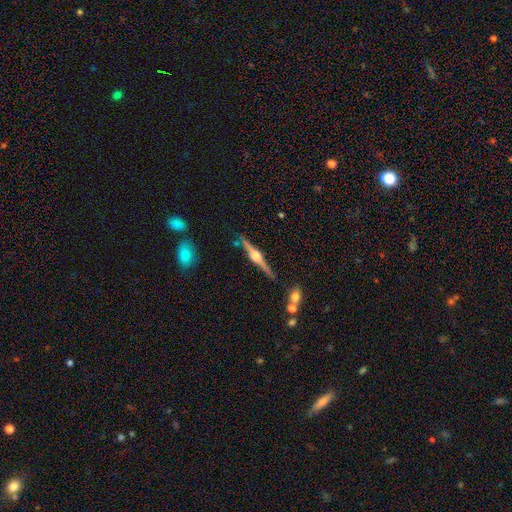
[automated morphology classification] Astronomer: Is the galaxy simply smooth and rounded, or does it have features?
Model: featured or disk — 85%.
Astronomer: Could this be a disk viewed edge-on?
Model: yes — 98%.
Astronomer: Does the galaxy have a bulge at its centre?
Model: rounded — 93%.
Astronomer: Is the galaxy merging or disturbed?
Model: none — 86%.